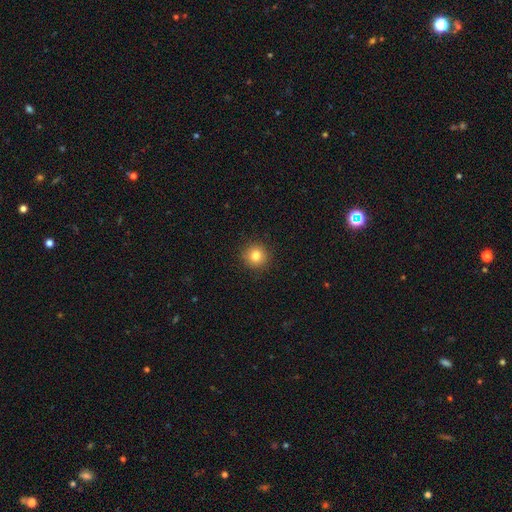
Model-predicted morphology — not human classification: smooth_or_featured: smooth (p=0.82) [alt: star or artifact p=0.11]
how_rounded: round (p=0.94) [alt: in between p=0.05]
merging: none (p=0.92) [alt: minor disturbance p=0.06]